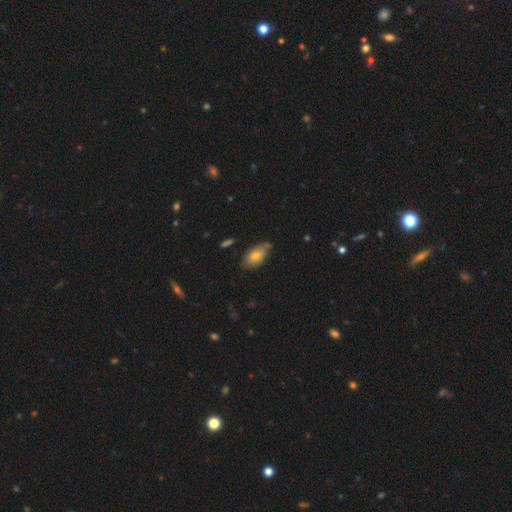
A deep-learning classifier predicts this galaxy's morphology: smooth_or_featured: smooth (p=0.73) [alt: featured or disk p=0.20]
how_rounded: in between (p=0.92) [alt: round p=0.04]
merging: none (p=0.68) [alt: minor disturbance p=0.24]